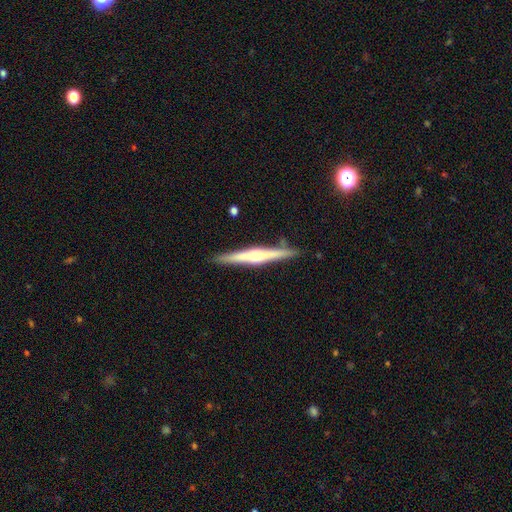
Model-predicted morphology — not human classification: This is likely a featured or disk galaxy (66%). It is clearly viewed edge-on (98%). Edge-on bulge: likely rounded (77%). Merging: clearly none (88%).